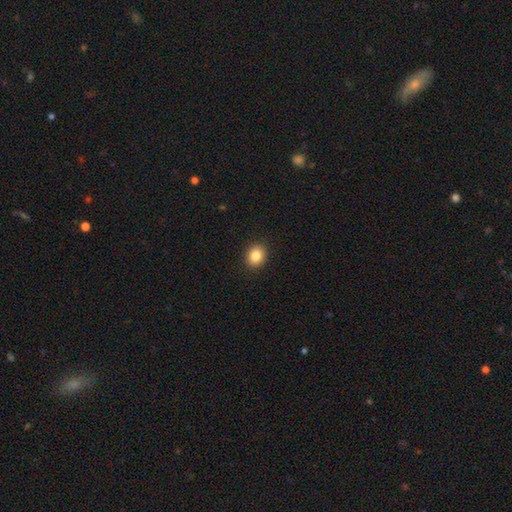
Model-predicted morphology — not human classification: The model was most divided on "how rounded": round: 57%, in between: 43%, cigar-shaped: 1%. More confident: merging — none (91%); smooth or featured — smooth (85%).